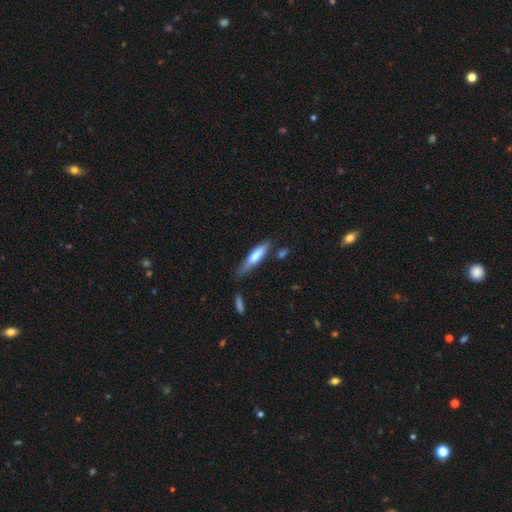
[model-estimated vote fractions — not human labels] Smooth or featured? smooth (65%)
How rounded? cigar-shaped (78%)
Merging? none (67%)